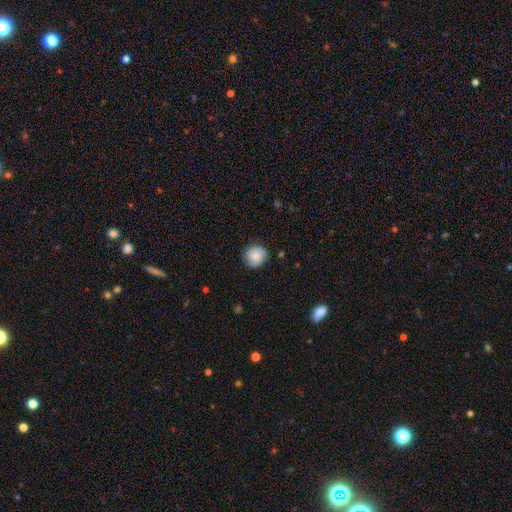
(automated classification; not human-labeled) A smooth galaxy with no disk features (69%) that is round (87%).

Vote fractions:
- Smooth or featured? smooth: 69% / featured or disk: 23% / star or artifact: 8%
- How rounded? round: 87% / in between: 12% / cigar-shaped: 1%
- Merging? none: 81% / minor disturbance: 14% / major disturbance: 3% / merger: 1%